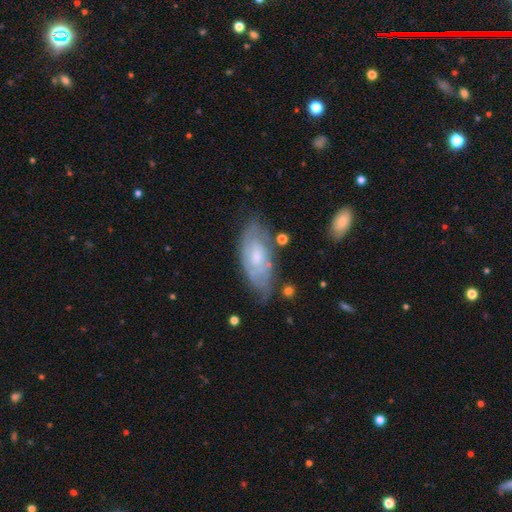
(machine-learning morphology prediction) featured or disk 62%, smooth 30%, star or artifact 8%. Down the decision tree: edge-on disk — no (88%); bar — no (69%); spiral arms — yes (78%); bulge size — small (46%); merging — none (69%).